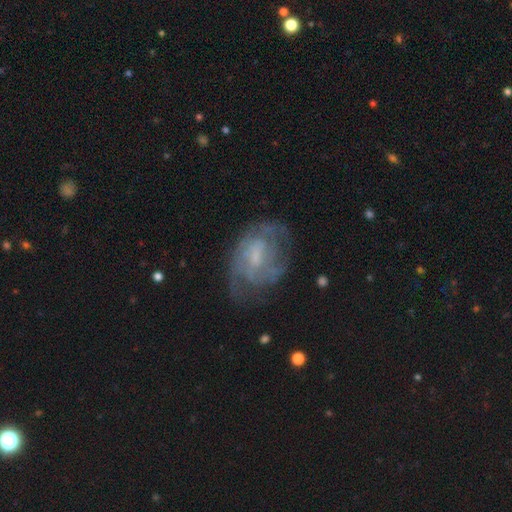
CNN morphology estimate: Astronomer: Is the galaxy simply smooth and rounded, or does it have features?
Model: featured or disk — 70%.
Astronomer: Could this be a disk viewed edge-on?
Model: no — 97%.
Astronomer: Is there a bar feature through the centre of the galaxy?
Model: weak — 49% (runner-up: no, 41%).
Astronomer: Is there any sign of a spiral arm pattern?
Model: yes — 78%.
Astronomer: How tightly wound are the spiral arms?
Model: tight — 44% (runner-up: medium, 39%).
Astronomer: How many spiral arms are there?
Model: can't tell — 47% (runner-up: 2, 26%).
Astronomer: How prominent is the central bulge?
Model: small — 45% (runner-up: moderate, 28%).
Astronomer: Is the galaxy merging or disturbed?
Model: none — 58%.